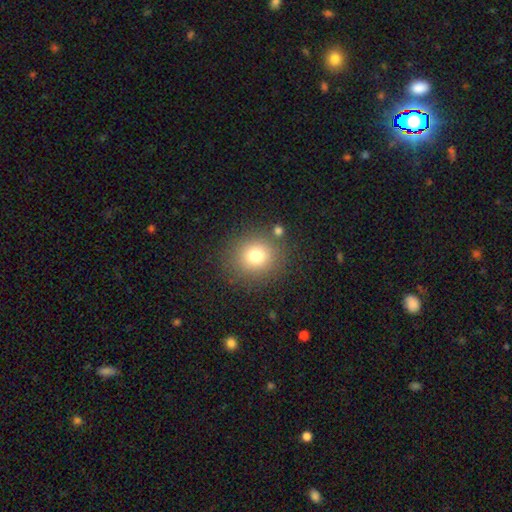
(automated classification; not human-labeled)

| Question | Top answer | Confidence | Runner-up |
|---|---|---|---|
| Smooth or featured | smooth | 77% | star or artifact (14%) |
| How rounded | round | 87% | in between (12%) |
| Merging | none | 83% | minor disturbance (9%) |